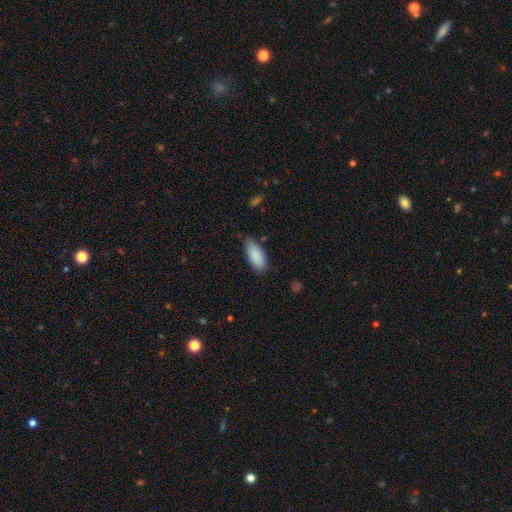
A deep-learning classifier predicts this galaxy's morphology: smooth 89%, star or artifact 6%, featured or disk 5%. Down the decision tree: how rounded — in between (86%); merging — none (75%).